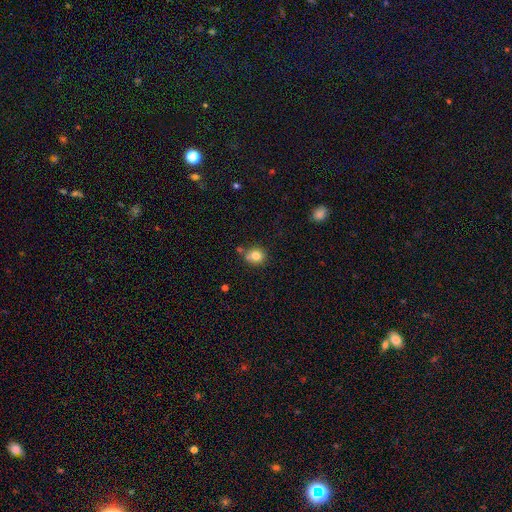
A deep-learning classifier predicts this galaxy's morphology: Smooth or featured? Predicted: smooth (p=0.80). How rounded? Predicted: round (p=0.83). Merging? Predicted: none (p=0.68).